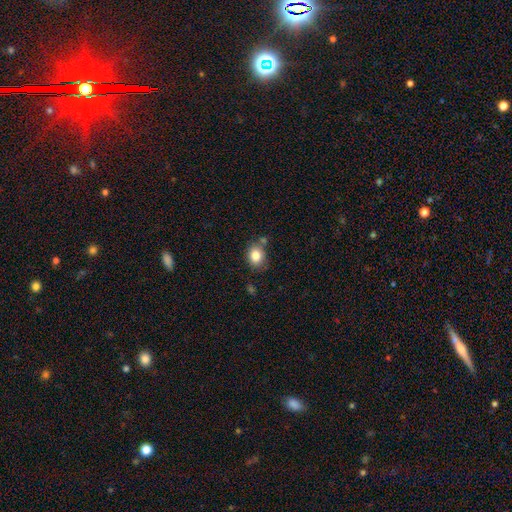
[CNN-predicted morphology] Q: Smooth or featured?
A: smooth (83%); runner-up: star or artifact (10%)
Q: How rounded?
A: round (57%); runner-up: in between (42%)
Q: Merging?
A: none (72%); runner-up: minor disturbance (15%)